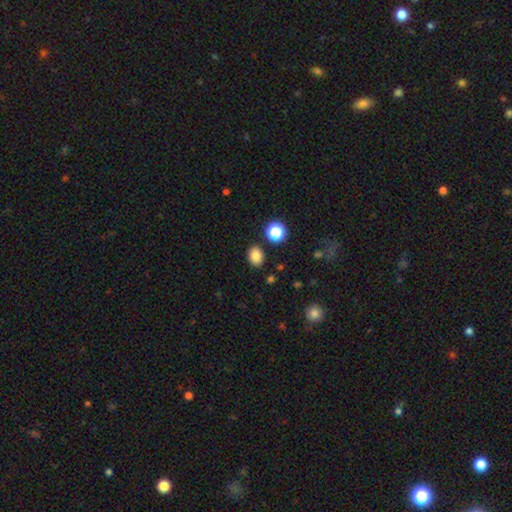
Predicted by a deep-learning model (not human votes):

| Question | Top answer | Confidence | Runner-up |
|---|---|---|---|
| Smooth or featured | smooth | 83% | star or artifact (12%) |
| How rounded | in between | 55% | round (44%) |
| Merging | none | 86% | minor disturbance (8%) |